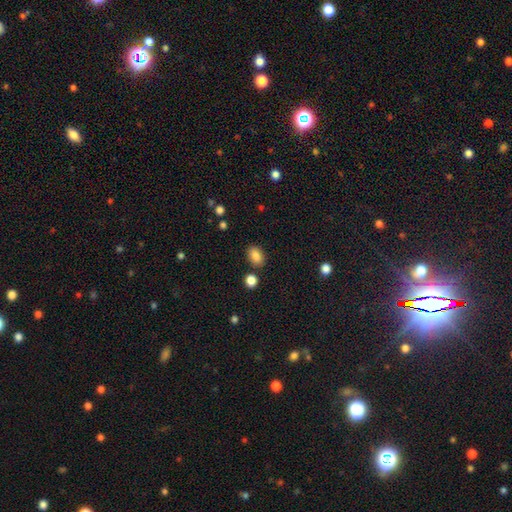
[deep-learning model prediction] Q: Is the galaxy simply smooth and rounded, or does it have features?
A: smooth — 85%.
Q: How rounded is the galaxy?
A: in between — 79%.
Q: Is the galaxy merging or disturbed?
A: none — 83%.